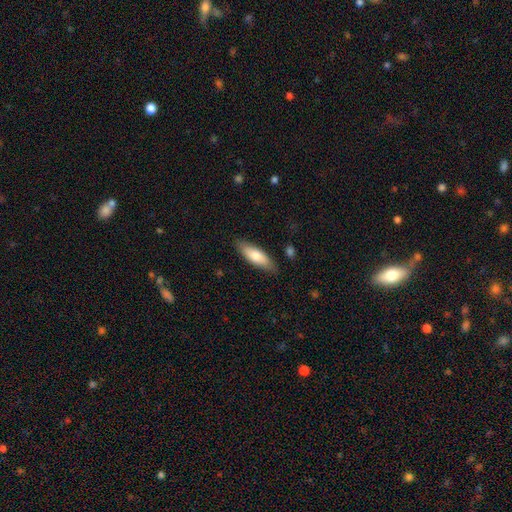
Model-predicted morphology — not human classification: Smooth or featured? Predicted: smooth (p=0.73). How rounded? Predicted: in between (p=0.57). Merging? Predicted: none (p=0.84).